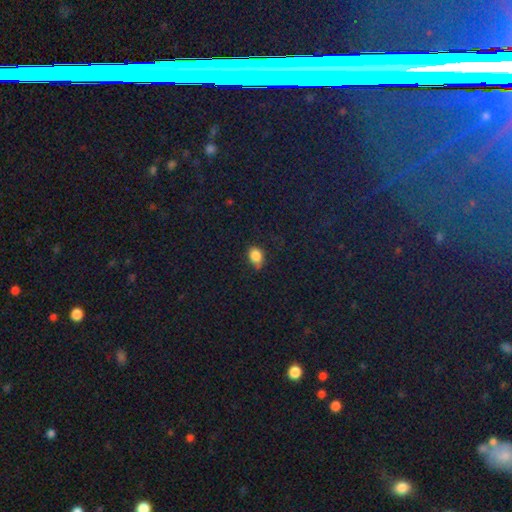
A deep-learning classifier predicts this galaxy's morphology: This is clearly a smooth galaxy (84%). How rounded: likely in between (70%). Merging: possibly none (59%).